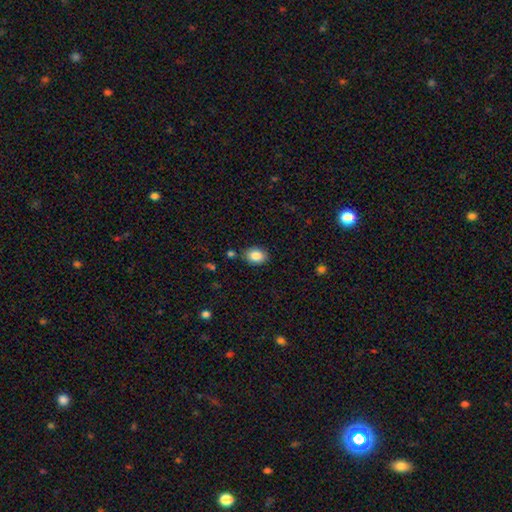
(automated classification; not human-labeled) Q: Smooth or featured?
A: smooth (86%); runner-up: star or artifact (8%)
Q: How rounded?
A: in between (66%); runner-up: round (33%)
Q: Merging?
A: none (84%); runner-up: minor disturbance (11%)